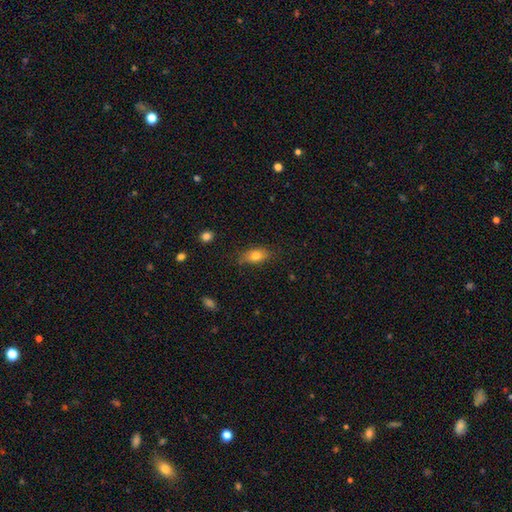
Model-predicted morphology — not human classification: Smooth or featured? smooth (77%)
How rounded? in between (83%)
Merging? none (74%)